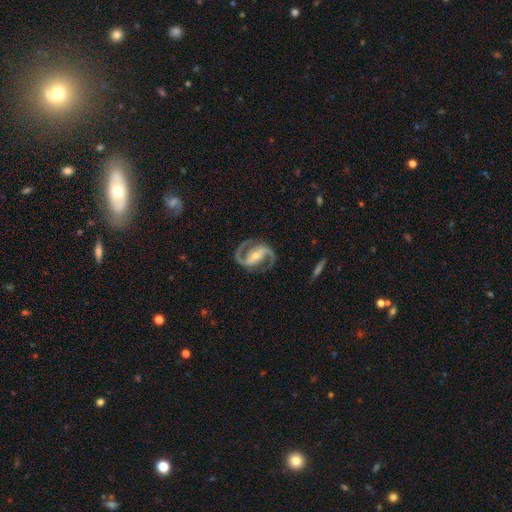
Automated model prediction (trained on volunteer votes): Overall: featured or disk (93%). Edge-on disk: no (97%). Bar: strong (56%; weak 27%). Spiral arms: yes (98%). Spiral arm count: 2 (94%). Spiral winding: medium (61%; tight 23%). Bulge size: small (53%; moderate 42%). Merging: none (85%).